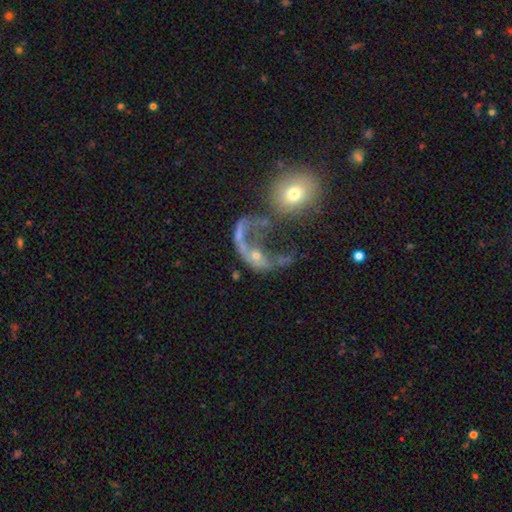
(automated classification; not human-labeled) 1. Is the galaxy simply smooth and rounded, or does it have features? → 52% featured or disk, 32% smooth, 16% star or artifact.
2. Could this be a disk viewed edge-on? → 96% no, 4% yes.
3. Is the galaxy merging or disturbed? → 40% major disturbance, 36% merger, 16% none, 8% minor disturbance.